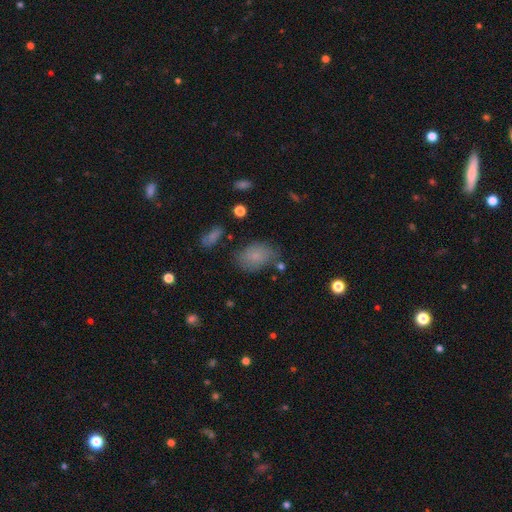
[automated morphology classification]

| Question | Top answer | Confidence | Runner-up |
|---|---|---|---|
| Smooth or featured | smooth | 77% | featured or disk (13%) |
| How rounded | in between | 83% | round (15%) |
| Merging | none | 68% | minor disturbance (21%) |